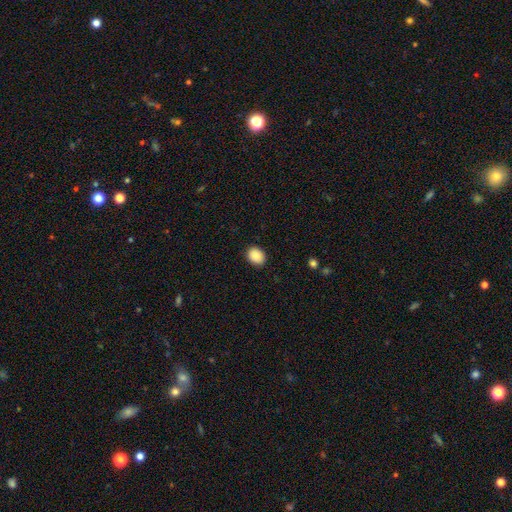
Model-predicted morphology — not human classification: smooth_or_featured: smooth (p=0.89) [alt: star or artifact p=0.08]
how_rounded: in between (p=0.55) [alt: round p=0.44]
merging: none (p=0.90) [alt: minor disturbance p=0.07]